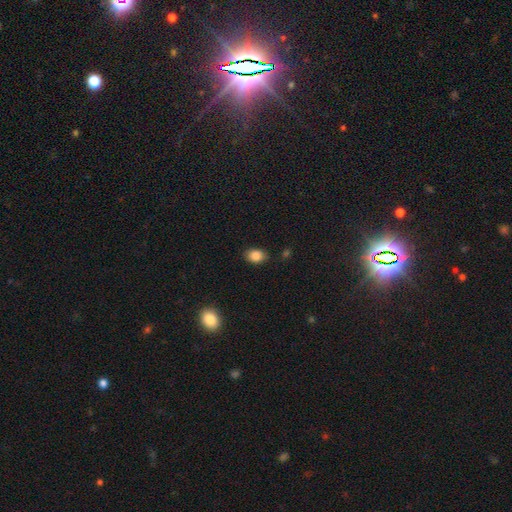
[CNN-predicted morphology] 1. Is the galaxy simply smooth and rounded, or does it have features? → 86% smooth, 9% star or artifact, 5% featured or disk.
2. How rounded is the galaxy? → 73% in between, 26% round, 1% cigar-shaped.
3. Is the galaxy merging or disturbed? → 83% none, 13% minor disturbance, 3% major disturbance, 2% merger.